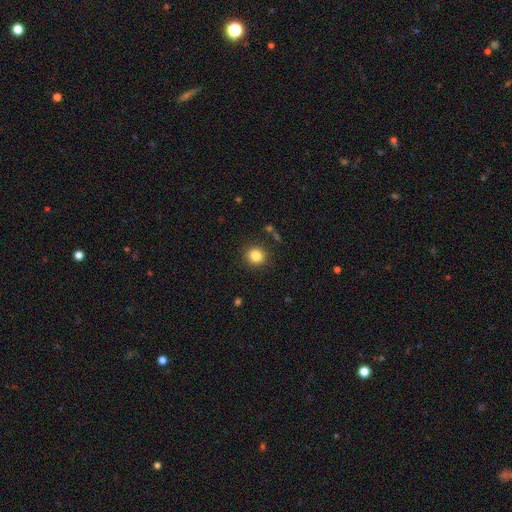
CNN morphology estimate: smooth_or_featured: smooth (p=0.84) [alt: star or artifact p=0.11]
how_rounded: round (p=0.88) [alt: in between p=0.11]
merging: none (p=0.89) [alt: minor disturbance p=0.07]